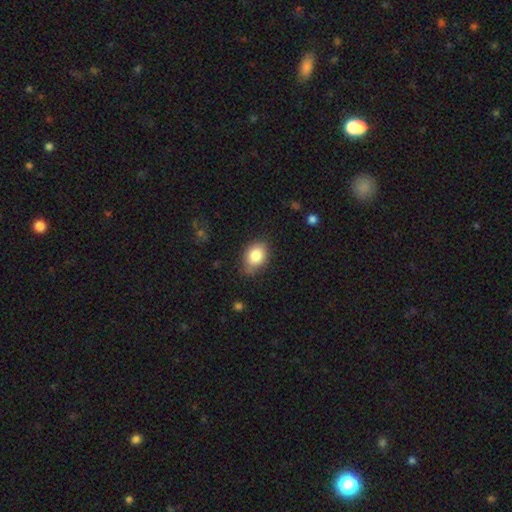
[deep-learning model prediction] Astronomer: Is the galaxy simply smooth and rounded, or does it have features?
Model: smooth — 83%.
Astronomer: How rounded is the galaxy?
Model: in between — 76%.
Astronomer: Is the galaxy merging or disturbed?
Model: none — 71%.